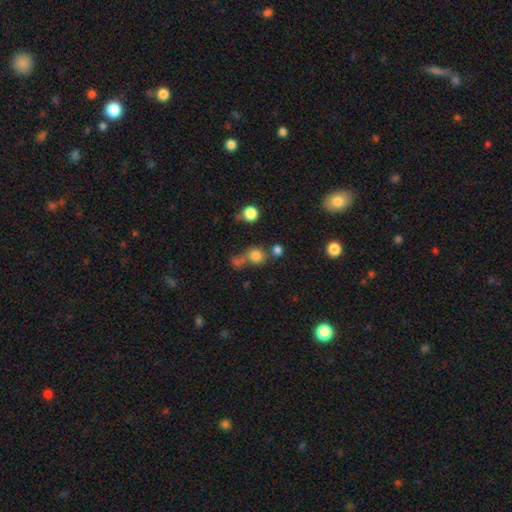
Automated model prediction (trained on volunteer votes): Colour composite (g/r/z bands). It shows a smooth galaxy with no disk features (76%) that is round (87%). Merging: none (60%).